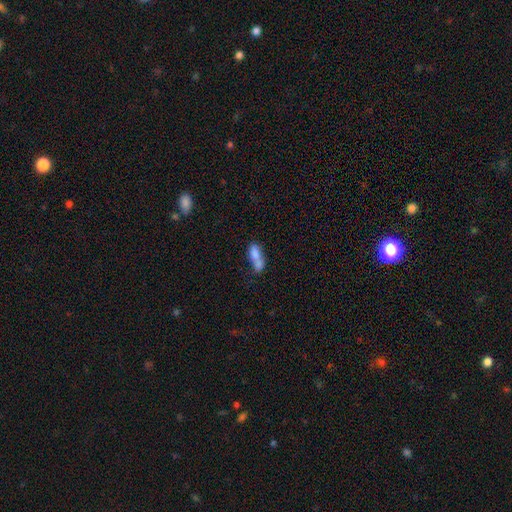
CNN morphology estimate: Smooth or featured: smooth — 73% (featured or disk — 18%)
How rounded: in between — 74% (cigar-shaped — 20%)
Merging: merger — 54% (none — 24%)